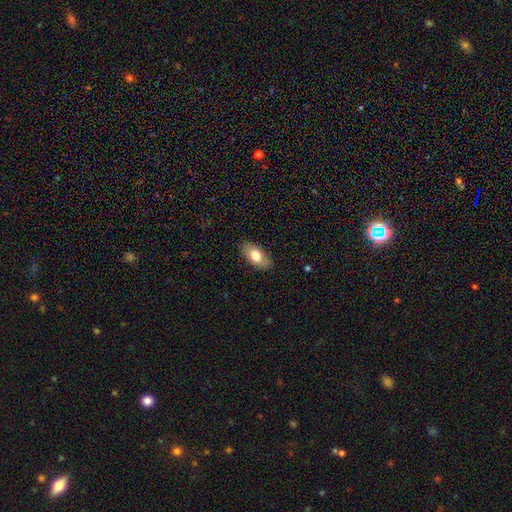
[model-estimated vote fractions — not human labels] This is likely a smooth galaxy (77%). How rounded: clearly in between (91%). Merging: clearly none (86%).